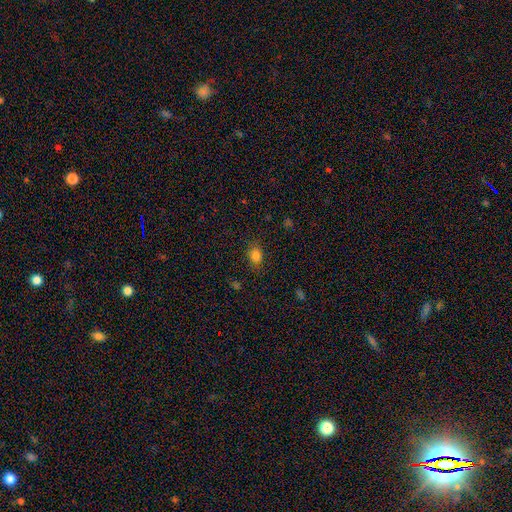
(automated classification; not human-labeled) This appears to be a smooth galaxy with no disk features (81%) that is in between round and cigar-shaped (73%). Merging: none (80%).